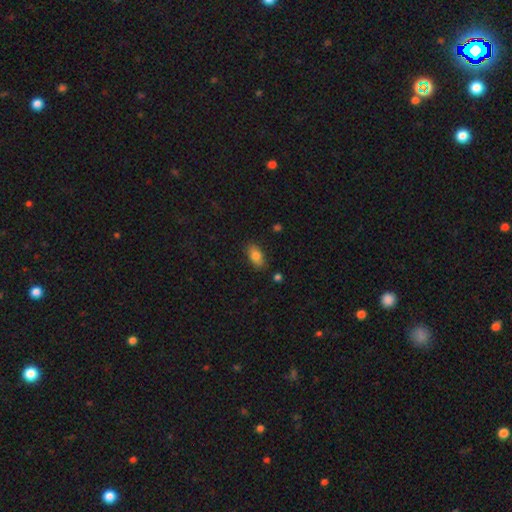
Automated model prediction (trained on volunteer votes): Smooth or featured? Predicted: smooth (p=0.80). How rounded? Predicted: in between (p=0.88). Merging? Predicted: none (p=0.83).